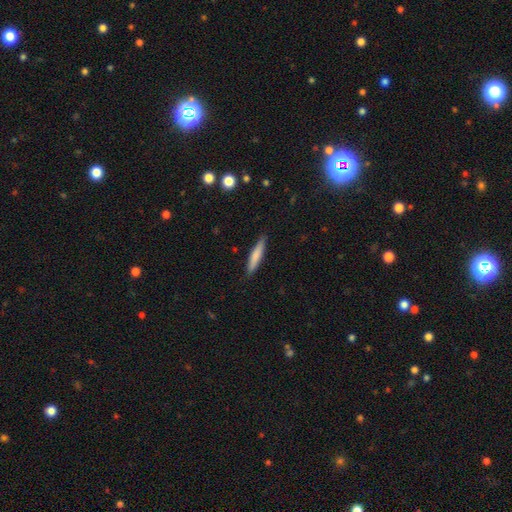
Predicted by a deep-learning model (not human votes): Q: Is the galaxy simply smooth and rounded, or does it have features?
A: smooth — 77%.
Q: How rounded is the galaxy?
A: cigar-shaped — 90%.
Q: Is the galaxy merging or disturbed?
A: none — 88%.